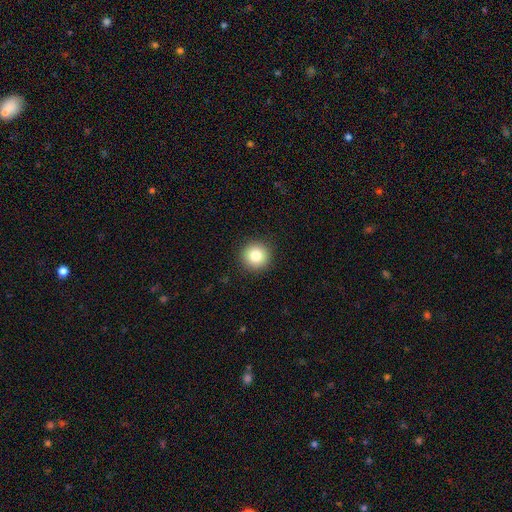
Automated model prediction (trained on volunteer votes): smooth_or_featured: smooth (p=0.83) [alt: star or artifact p=0.10]
how_rounded: round (p=0.95) [alt: in between p=0.04]
merging: none (p=0.92) [alt: minor disturbance p=0.06]